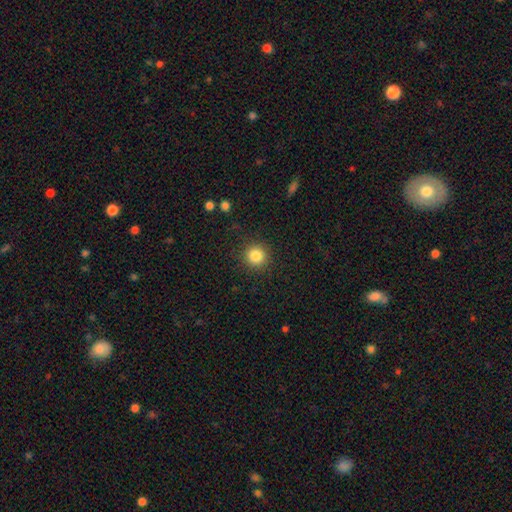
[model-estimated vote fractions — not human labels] Smooth or featured: smooth — 84% (star or artifact — 11%)
How rounded: round — 94% (in between — 5%)
Merging: none — 89% (minor disturbance — 7%)